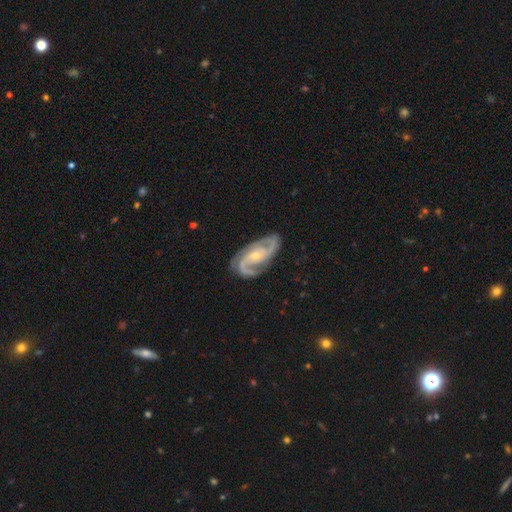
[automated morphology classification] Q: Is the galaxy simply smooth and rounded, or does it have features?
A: featured or disk — 92%.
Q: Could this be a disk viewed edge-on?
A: no — 97%.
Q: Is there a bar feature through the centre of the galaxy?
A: no — 53%.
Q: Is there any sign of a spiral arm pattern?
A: yes — 98%.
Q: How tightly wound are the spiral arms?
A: medium — 52%.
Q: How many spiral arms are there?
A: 2 — 74%.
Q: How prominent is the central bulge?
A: small — 61%.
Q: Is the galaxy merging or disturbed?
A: none — 79%.